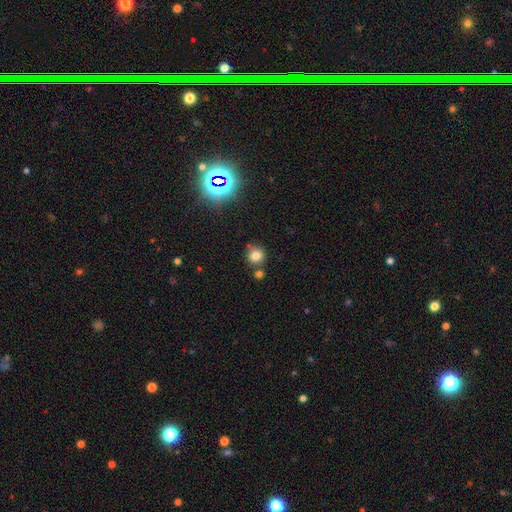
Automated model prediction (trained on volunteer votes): Smooth or featured? Predicted: smooth (p=0.79). How rounded? Predicted: round (p=0.89). Merging? Predicted: none (p=0.72).